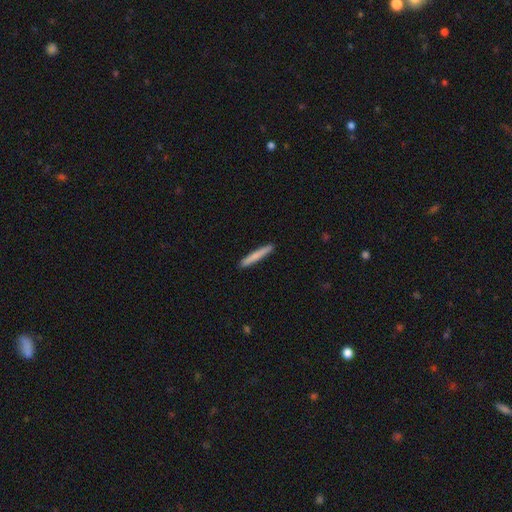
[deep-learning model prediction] This appears to be a smooth galaxy with no disk features (75%) that is cigar-shaped (96%). Merging: none (92%).